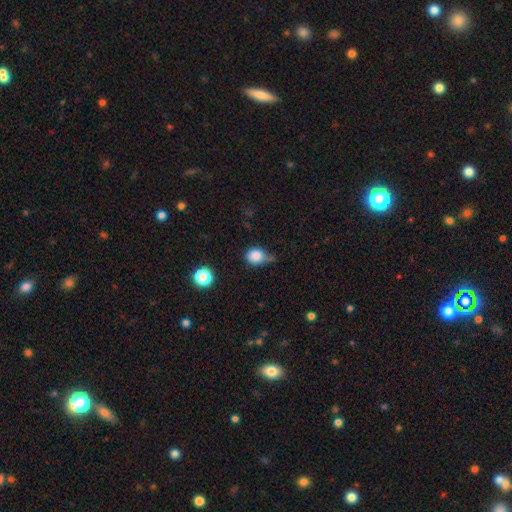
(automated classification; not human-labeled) smooth_or_featured: smooth (p=0.83) [alt: star or artifact p=0.10]
how_rounded: round (p=0.66) [alt: in between p=0.33]
merging: minor disturbance (p=0.42) [alt: none p=0.35]